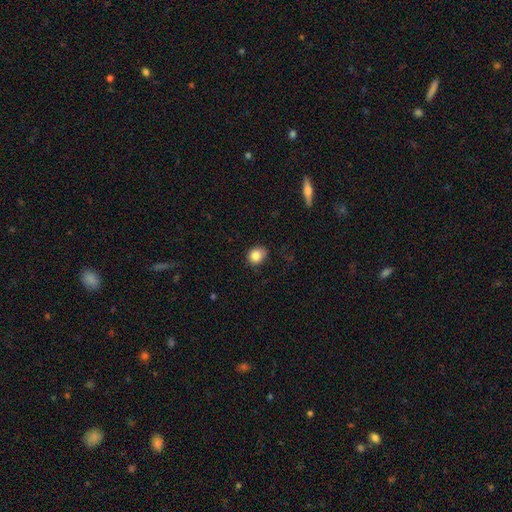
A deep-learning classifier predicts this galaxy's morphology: Overall: smooth (84%). How rounded: round (67%; in between 32%). Merging: none (78%).